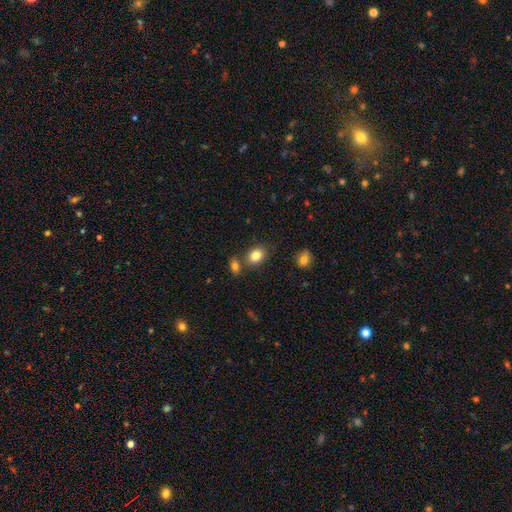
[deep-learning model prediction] A smooth galaxy with no disk features (83%) that is in between round and cigar-shaped (57%). Merging: none (73%).